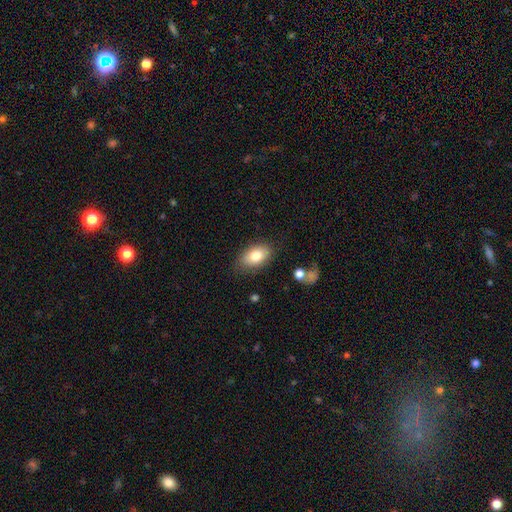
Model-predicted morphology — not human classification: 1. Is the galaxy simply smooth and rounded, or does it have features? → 80% smooth, 13% featured or disk, 7% star or artifact.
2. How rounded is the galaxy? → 91% in between, 7% round, 2% cigar-shaped.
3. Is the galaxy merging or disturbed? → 81% none, 13% minor disturbance, 3% major disturbance, 2% merger.